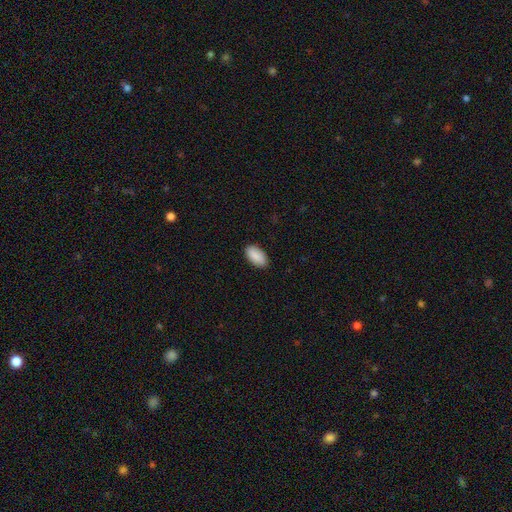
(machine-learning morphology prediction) Smooth or featured? smooth (90%)
How rounded? in between (95%)
Merging? none (89%)